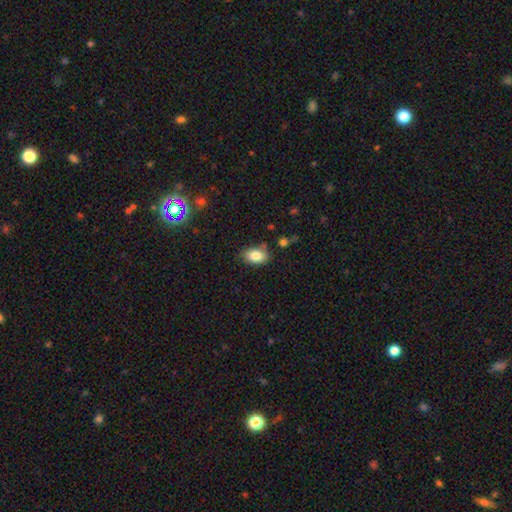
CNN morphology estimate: A smooth galaxy with no disk features (84%) that is in between round and cigar-shaped (87%). Merging: none (78%).